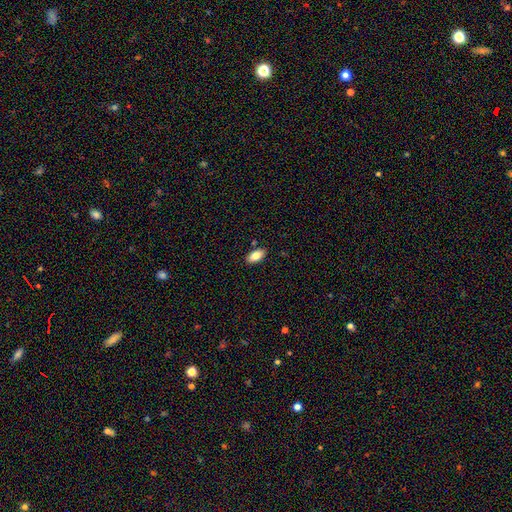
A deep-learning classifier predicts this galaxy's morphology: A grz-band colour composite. It shows a smooth galaxy with no disk features (80%) that is in between round and cigar-shaped (91%). Merging: none (87%).